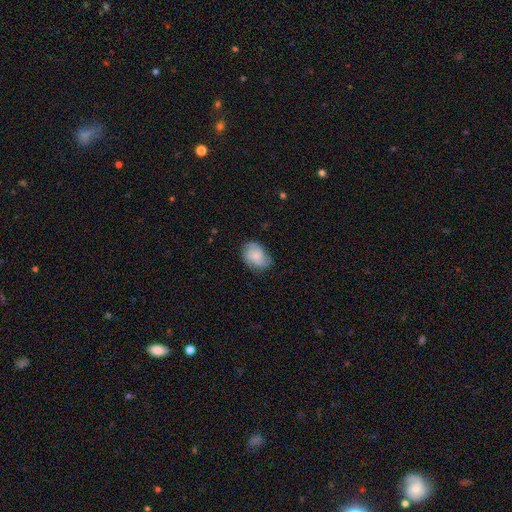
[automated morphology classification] This appears to be a smooth galaxy with no disk features (57%) that is in between round and cigar-shaped (72%). Merging: none (66%).